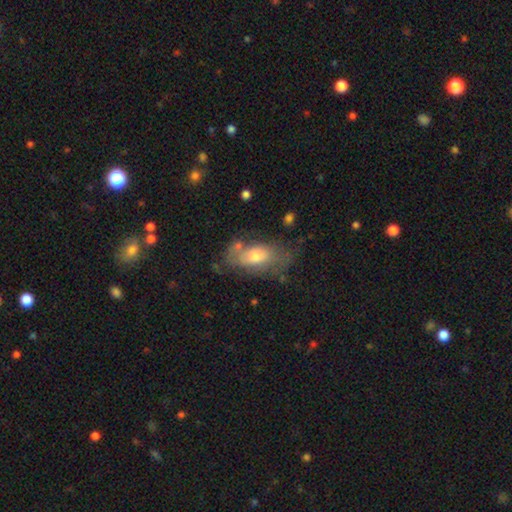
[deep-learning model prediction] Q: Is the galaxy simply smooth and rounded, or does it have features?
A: smooth — 62%.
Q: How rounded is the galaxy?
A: in between — 88%.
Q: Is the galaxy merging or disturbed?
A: none — 52%.